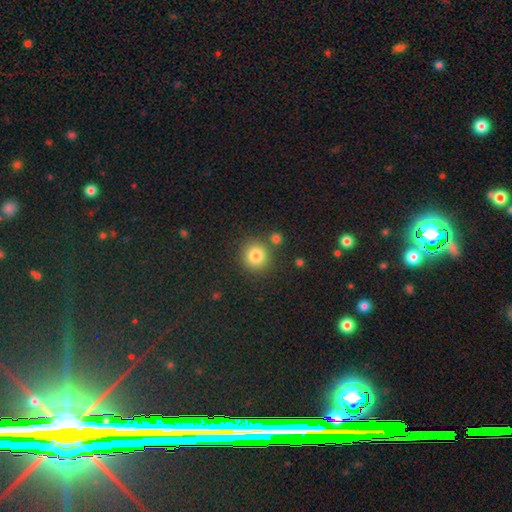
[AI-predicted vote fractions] smooth-or-featured: smooth: 83% | star or artifact: 11% | featured or disk: 6%
  how-rounded: round: 91% | in between: 9% | cigar-shaped: 1%
  merging: none: 81% | merger: 8% | minor disturbance: 8% | major disturbance: 3%